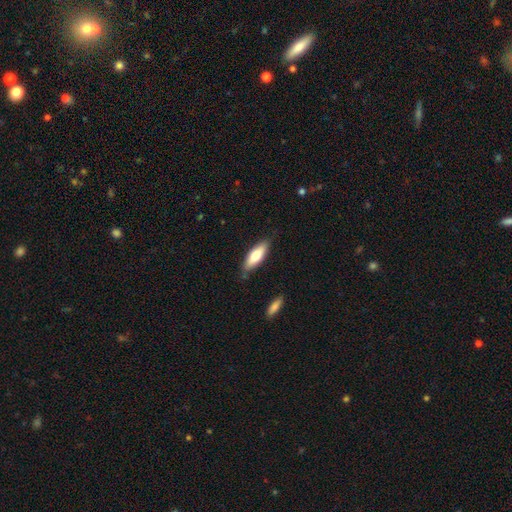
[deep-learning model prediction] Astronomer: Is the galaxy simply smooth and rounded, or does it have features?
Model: smooth — 70%.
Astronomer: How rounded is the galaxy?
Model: in between — 60% (runner-up: cigar-shaped, 39%).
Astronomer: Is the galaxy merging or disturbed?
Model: none — 83%.